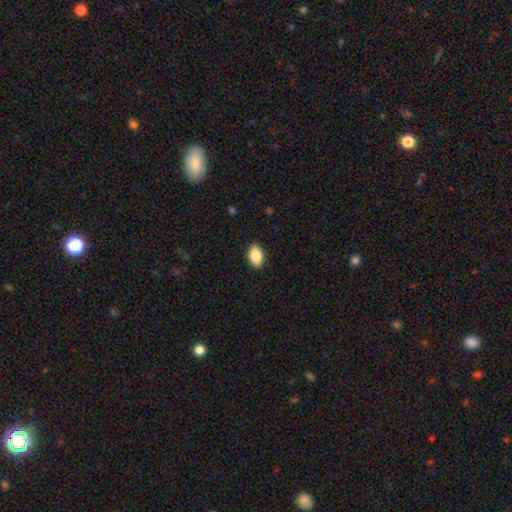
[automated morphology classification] Smooth or featured? Predicted: smooth (p=0.87). How rounded? Predicted: in between (p=0.91). Merging? Predicted: none (p=0.89).